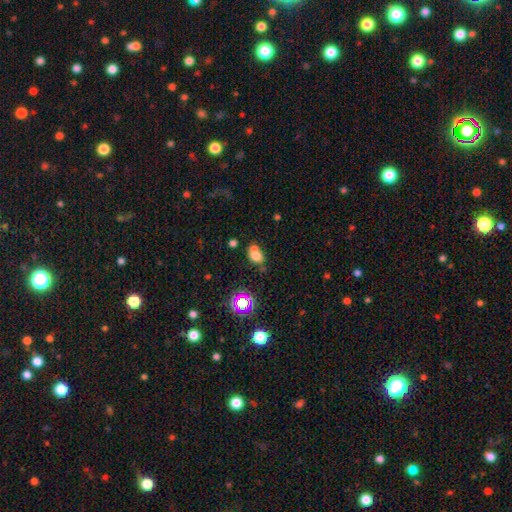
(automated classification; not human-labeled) The model was most divided on "merging": merger: 47%, none: 38%, minor disturbance: 10%, major disturbance: 5%. More confident: smooth or featured — smooth (68%); how rounded — in between (54%).